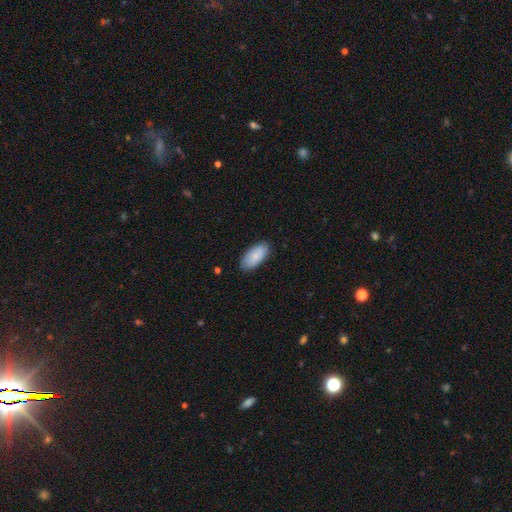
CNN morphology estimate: A smooth galaxy with no disk features (86%) that is in between round and cigar-shaped (93%). Merging: none (85%).